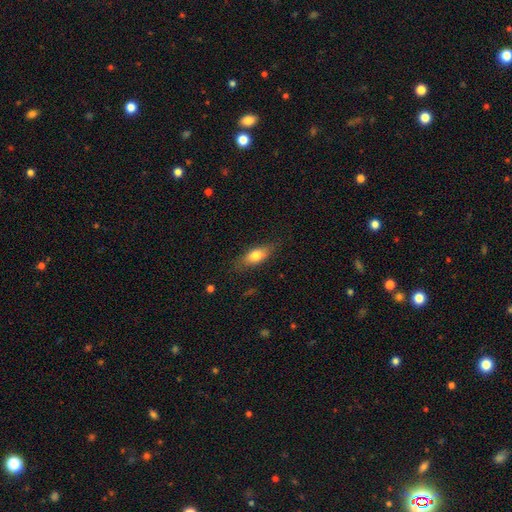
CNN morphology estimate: Smooth or featured: smooth — 73% (featured or disk — 20%)
How rounded: in between — 76% (cigar-shaped — 19%)
Merging: none — 78% (minor disturbance — 17%)